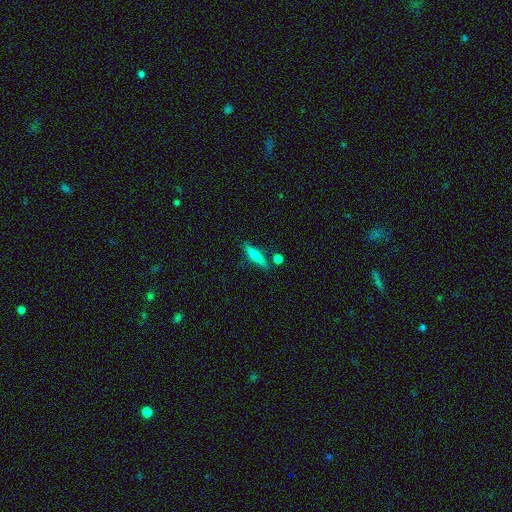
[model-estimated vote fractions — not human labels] smooth 57%, featured or disk 37%, star or artifact 7%. Down the decision tree: how rounded — cigar-shaped (81%); merging — none (78%).